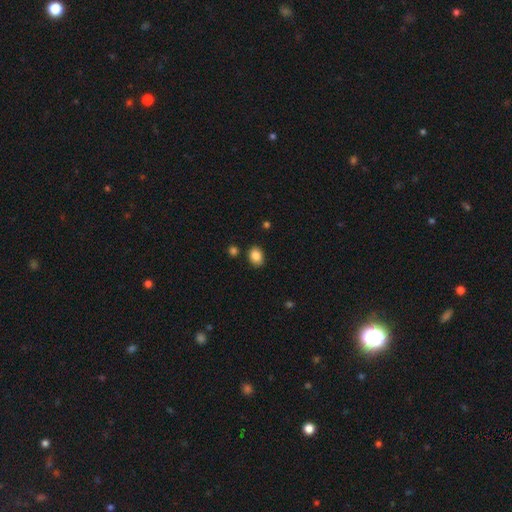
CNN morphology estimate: A smooth galaxy with no disk features (87%) that is in between round and cigar-shaped (61%).

Vote fractions:
- Smooth or featured? smooth: 87% / star or artifact: 9% / featured or disk: 4%
- How rounded? in between: 61% / round: 38% / cigar-shaped: 1%
- Merging? none: 83% / minor disturbance: 11% / merger: 3% / major disturbance: 3%